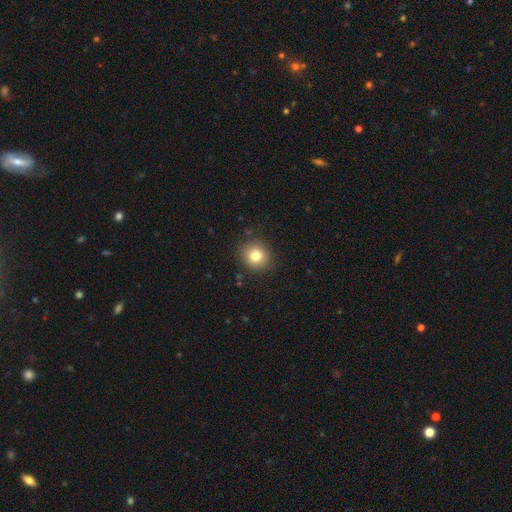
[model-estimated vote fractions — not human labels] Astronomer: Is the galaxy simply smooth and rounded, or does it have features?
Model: smooth — 79%.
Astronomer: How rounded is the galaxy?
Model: round — 88%.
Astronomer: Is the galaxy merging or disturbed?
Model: none — 87%.